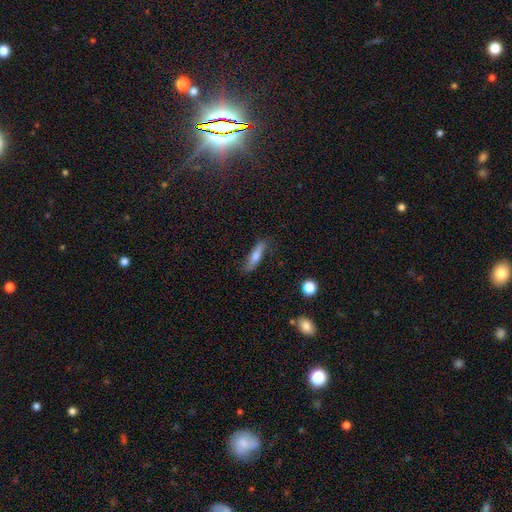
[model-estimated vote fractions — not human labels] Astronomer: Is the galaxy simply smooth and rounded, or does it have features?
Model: smooth — 62%.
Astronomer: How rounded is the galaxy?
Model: cigar-shaped — 76%.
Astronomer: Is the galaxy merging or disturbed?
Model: none — 79%.